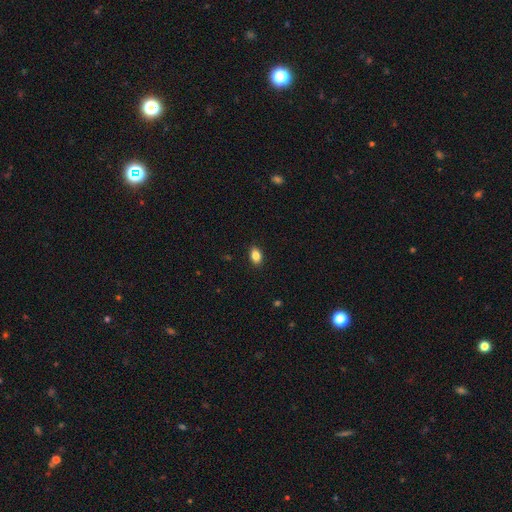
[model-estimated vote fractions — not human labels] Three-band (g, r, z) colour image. It shows a smooth galaxy with no disk features (86%) that is in between round and cigar-shaped (85%). Merging: none (90%).